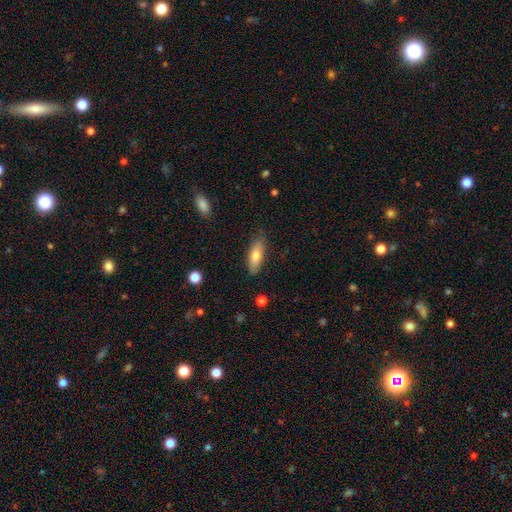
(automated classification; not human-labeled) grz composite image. It shows a smooth galaxy with no disk features (74%) that is in between round and cigar-shaped (69%). Merging: none (83%).